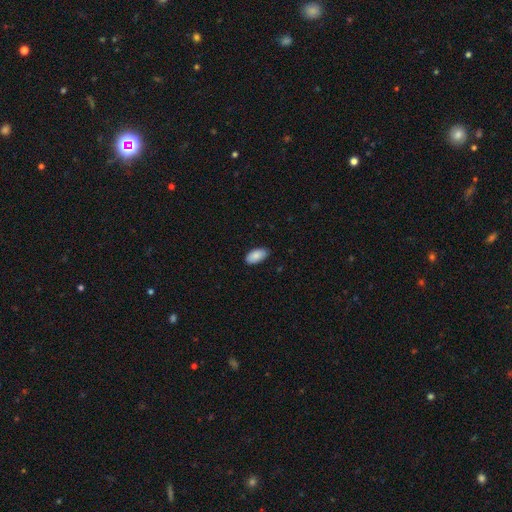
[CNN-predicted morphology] Smooth or featured? Predicted: smooth (p=0.86). How rounded? Predicted: in between (p=0.95). Merging? Predicted: none (p=0.84).